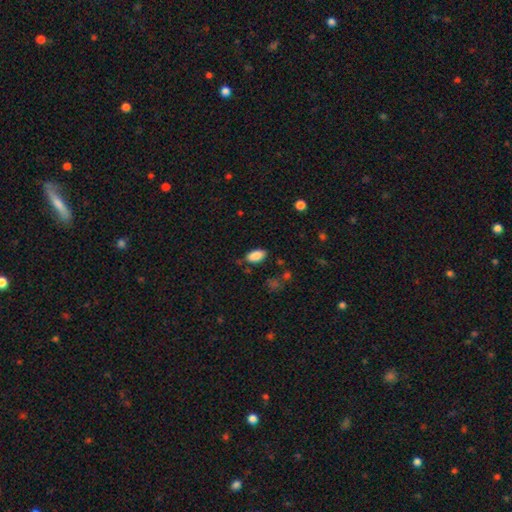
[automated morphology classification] Q: Smooth or featured?
A: smooth (88%); runner-up: star or artifact (8%)
Q: How rounded?
A: in between (94%); runner-up: round (3%)
Q: Merging?
A: none (80%); runner-up: minor disturbance (14%)